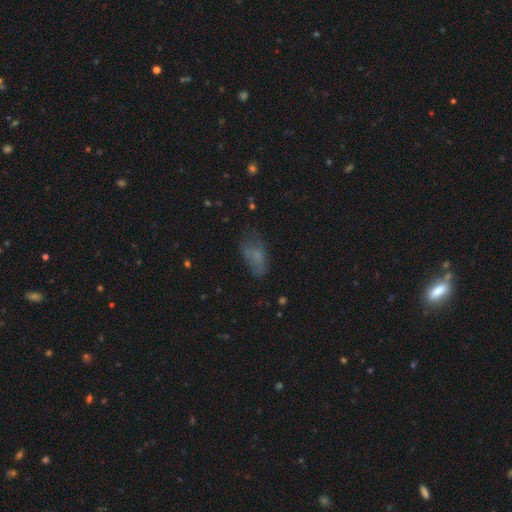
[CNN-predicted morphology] This is likely a smooth galaxy (61%). How rounded: clearly in between (85%). Merging: possibly none (46%).